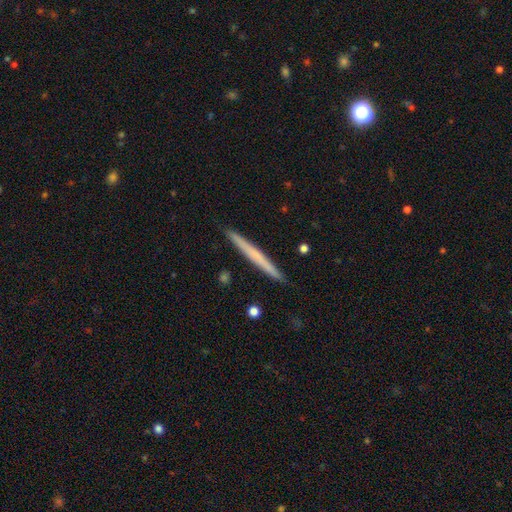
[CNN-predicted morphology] This is possibly a smooth galaxy (53%). How rounded: clearly cigar-shaped (97%). Merging: clearly none (92%).